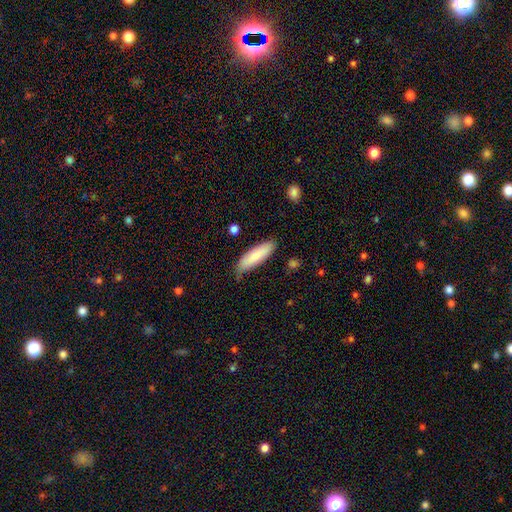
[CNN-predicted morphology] Overall: smooth (80%). How rounded: cigar-shaped (54%; in between 44%). Merging: none (74%).